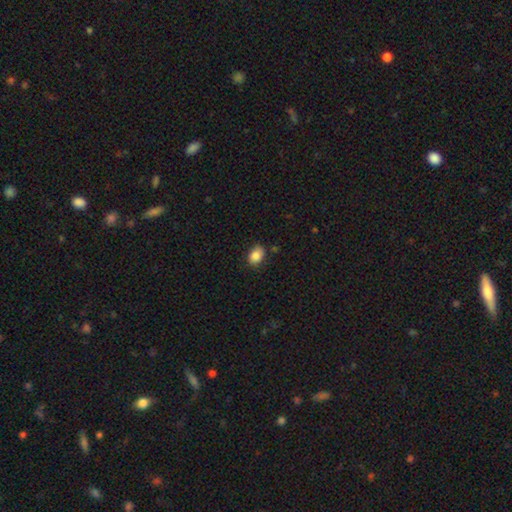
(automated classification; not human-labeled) A smooth galaxy with no disk features (86%) that is in between round and cigar-shaped (76%).

Vote fractions:
- Smooth or featured? smooth: 86% / star or artifact: 8% / featured or disk: 5%
- How rounded? in between: 76% / round: 23% / cigar-shaped: 1%
- Merging? none: 78% / minor disturbance: 17% / major disturbance: 3% / merger: 2%